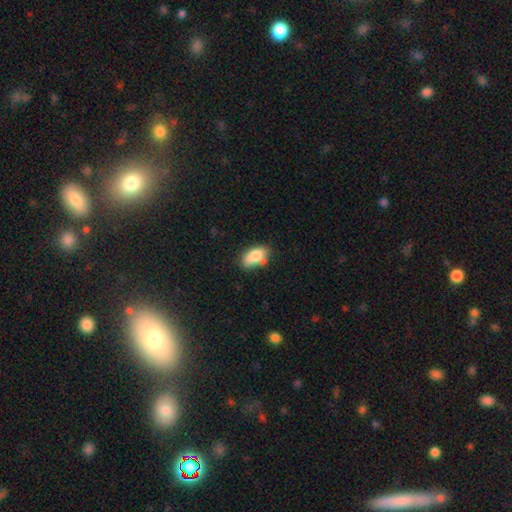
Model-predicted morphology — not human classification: Smooth or featured?
  - smooth: 80% *
  - featured or disk: 12%
  - star or artifact: 8%
How rounded?
  - in between: 90% *
  - round: 6%
  - cigar-shaped: 4%
Merging?
  - none: 55% *
  - minor disturbance: 26%
  - merger: 12%
  - major disturbance: 7%